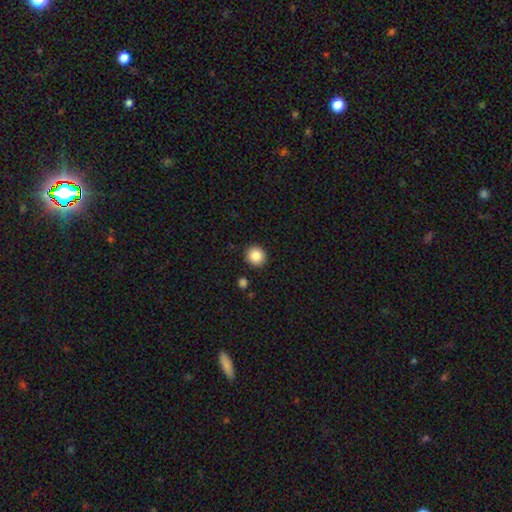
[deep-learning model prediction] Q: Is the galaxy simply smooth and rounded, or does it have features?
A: smooth — 86%.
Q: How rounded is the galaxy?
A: round — 88%.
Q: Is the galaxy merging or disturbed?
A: none — 91%.